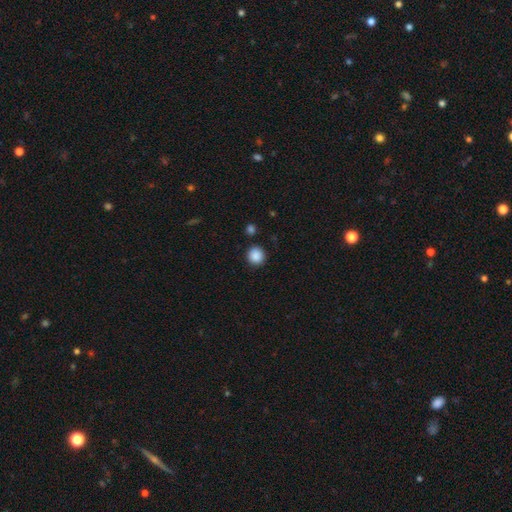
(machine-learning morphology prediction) type=smooth (88%); roundness=round (89%); merging=none (88%).